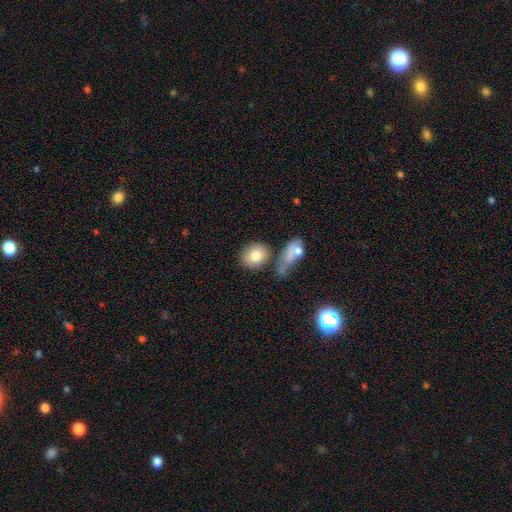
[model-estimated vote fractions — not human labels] Overall: smooth (80%). How rounded: round (58%; in between 40%). Merging: none (63%).